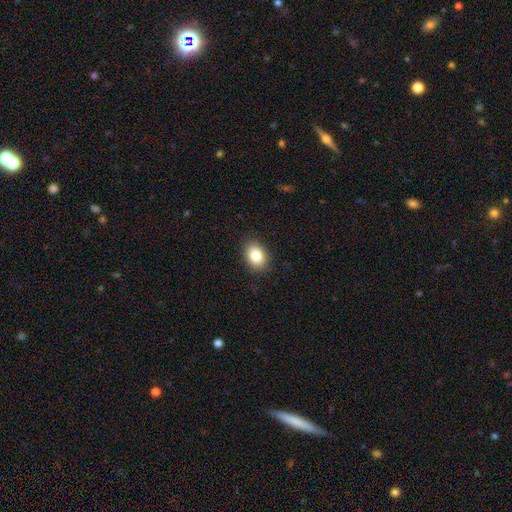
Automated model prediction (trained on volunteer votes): smooth 83%, star or artifact 9%, featured or disk 8%. Down the decision tree: how rounded — in between (73%); merging — none (88%).